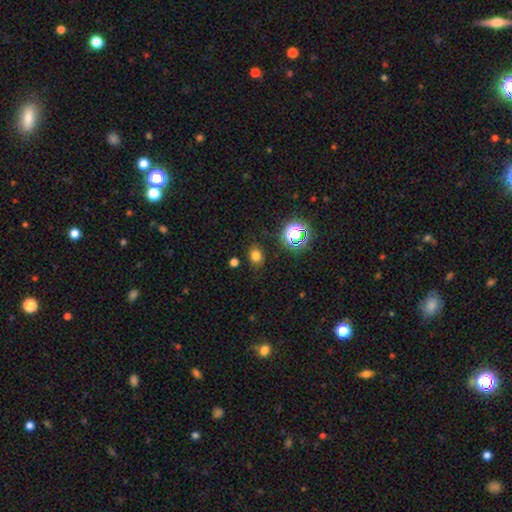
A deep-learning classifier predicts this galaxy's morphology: A smooth galaxy with no disk features (74%) that is round (56%).

Vote fractions:
- Smooth or featured? smooth: 74% / star or artifact: 20% / featured or disk: 7%
- How rounded? round: 56% / in between: 43% / cigar-shaped: 1%
- Merging? none: 83% / minor disturbance: 11% / major disturbance: 3% / merger: 2%